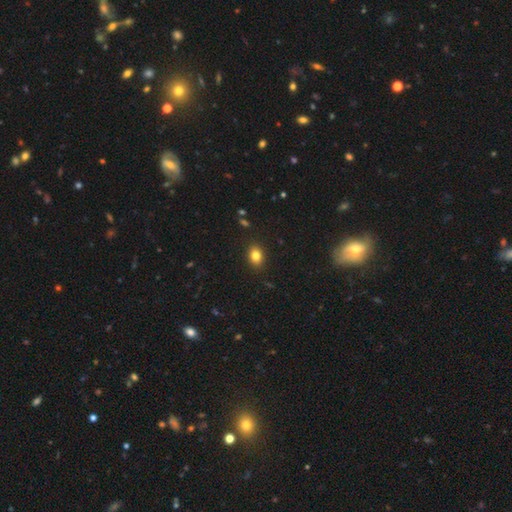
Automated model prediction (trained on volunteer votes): Smooth or featured? Predicted: smooth (p=0.82). How rounded? Predicted: in between (p=0.63). Merging? Predicted: none (p=0.89).